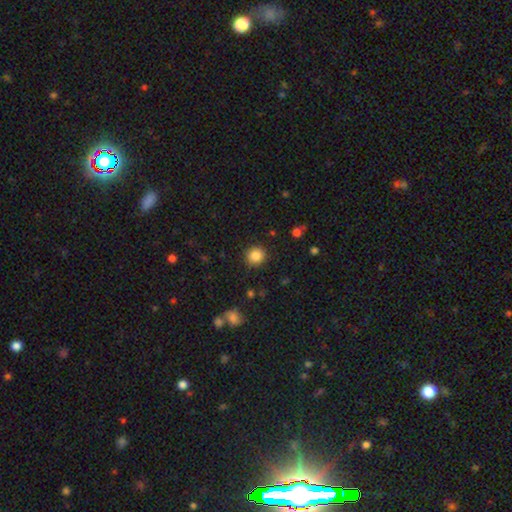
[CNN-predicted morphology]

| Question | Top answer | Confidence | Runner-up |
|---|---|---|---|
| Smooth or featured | smooth | 85% | star or artifact (10%) |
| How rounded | round | 92% | in between (8%) |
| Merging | none | 90% | minor disturbance (7%) |